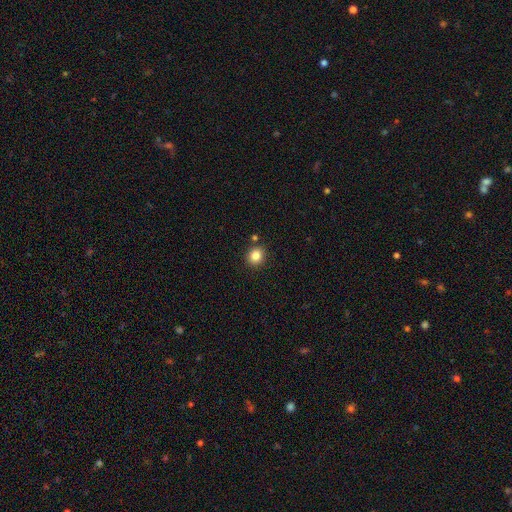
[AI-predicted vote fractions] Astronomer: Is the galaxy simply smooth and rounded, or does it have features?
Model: smooth — 84%.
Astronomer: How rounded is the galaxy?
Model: round — 83%.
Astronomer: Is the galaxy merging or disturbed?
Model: none — 86%.